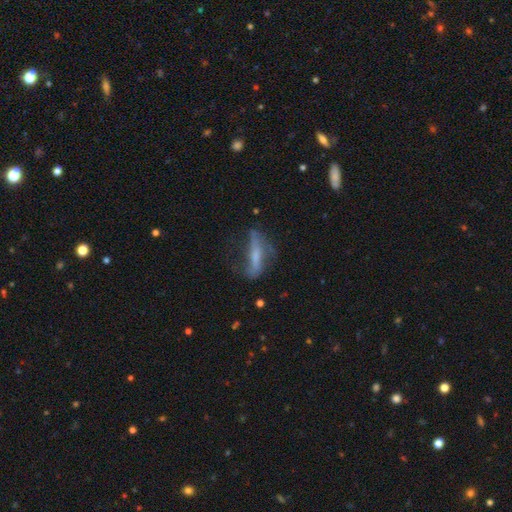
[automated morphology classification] This appears to be a featured or disk galaxy (50%). Merging: none (44%).